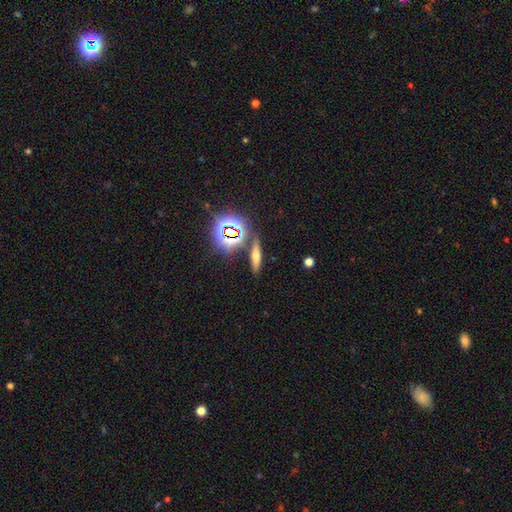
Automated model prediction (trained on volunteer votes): Morphology: type=smooth (48%); merging=none (82%).